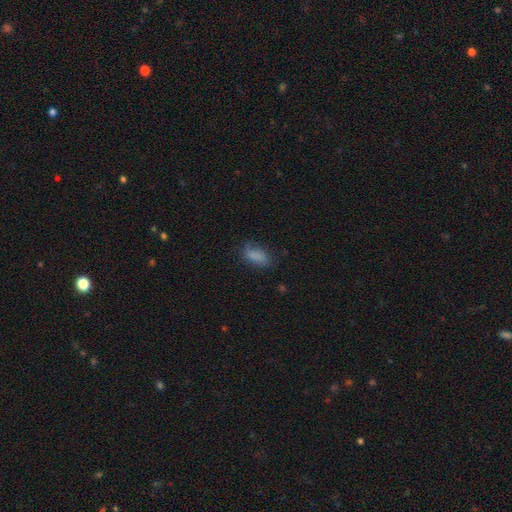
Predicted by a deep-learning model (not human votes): Smooth or featured? smooth (82%)
How rounded? in between (88%)
Merging? none (65%)